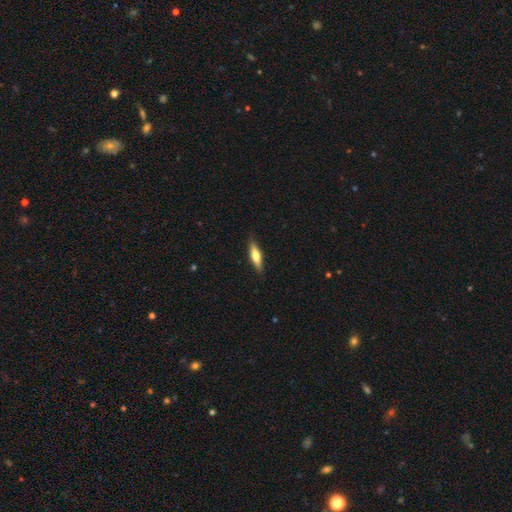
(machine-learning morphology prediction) This is possibly a smooth galaxy (57%). How rounded: likely cigar-shaped (66%). Merging: clearly none (87%).